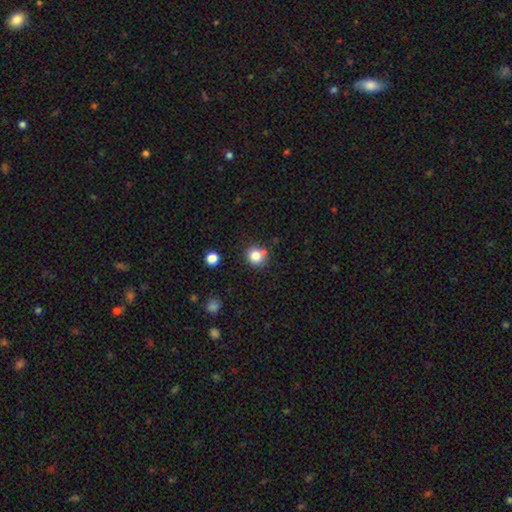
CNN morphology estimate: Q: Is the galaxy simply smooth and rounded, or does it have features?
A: smooth — 81%.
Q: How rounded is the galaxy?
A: round — 86%.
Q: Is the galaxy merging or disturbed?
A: none — 72%.